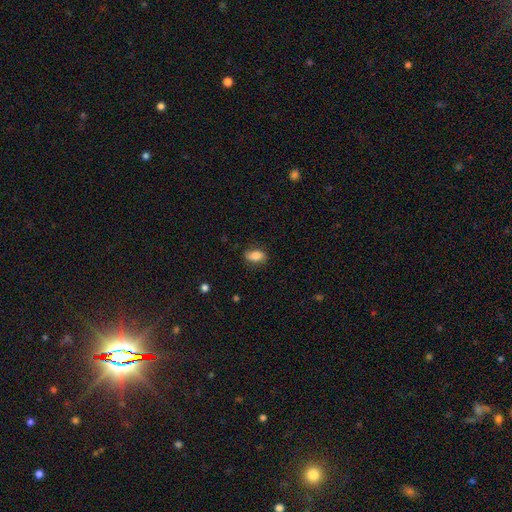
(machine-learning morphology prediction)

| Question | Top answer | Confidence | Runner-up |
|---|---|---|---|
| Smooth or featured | smooth | 77% | featured or disk (15%) |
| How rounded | in between | 87% | round (9%) |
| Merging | none | 79% | minor disturbance (16%) |